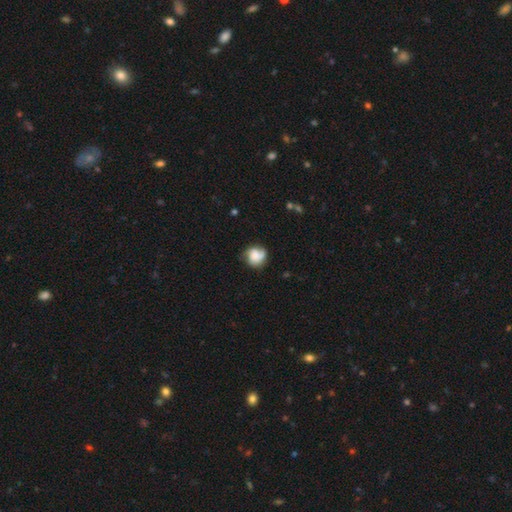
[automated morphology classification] smooth_or_featured: smooth (p=0.52) [alt: featured or disk p=0.39]
how_rounded: round (p=0.80) [alt: in between p=0.19]
merging: none (p=0.60) [alt: minor disturbance p=0.25]